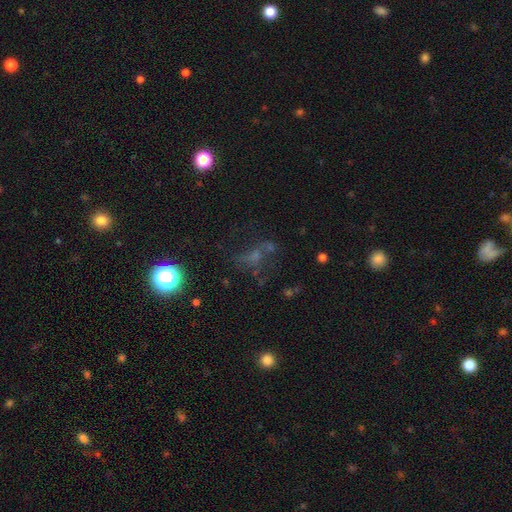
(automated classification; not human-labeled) Smooth or featured: star or artifact — 52% (smooth — 27%)